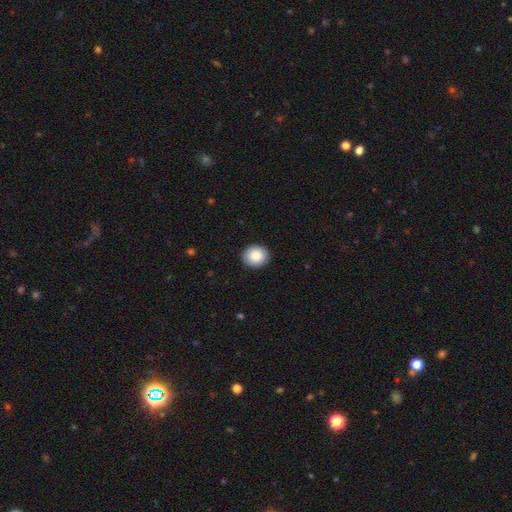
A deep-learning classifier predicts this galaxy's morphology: smooth 88%, star or artifact 7%, featured or disk 4%. Down the decision tree: how rounded — round (76%); merging — none (91%).